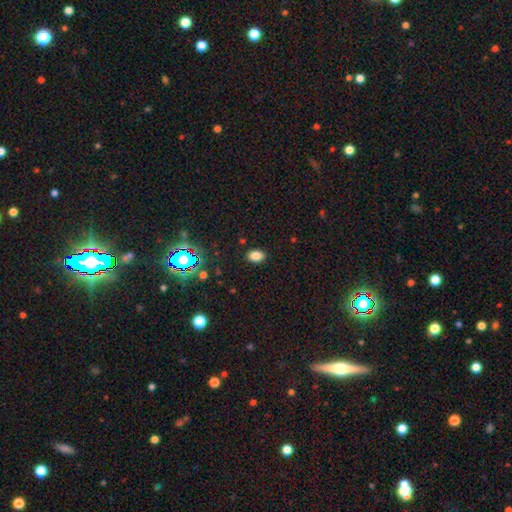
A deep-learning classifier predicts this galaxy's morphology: Smooth or featured? smooth (80%)
How rounded? in between (82%)
Merging? none (88%)